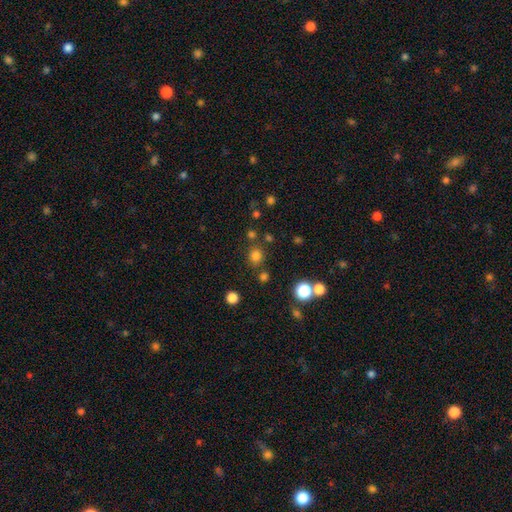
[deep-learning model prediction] A smooth galaxy with no disk features (78%) that is round (85%).

Vote fractions:
- Smooth or featured? smooth: 78% / star or artifact: 18% / featured or disk: 5%
- How rounded? round: 85% / in between: 14% / cigar-shaped: 1%
- Merging? none: 81% / minor disturbance: 9% / merger: 7% / major disturbance: 3%